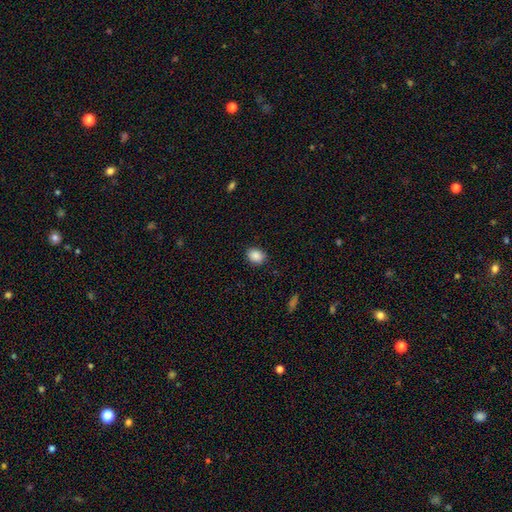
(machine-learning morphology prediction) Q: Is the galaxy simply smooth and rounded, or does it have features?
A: smooth — 89%.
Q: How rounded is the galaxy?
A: in between — 57%.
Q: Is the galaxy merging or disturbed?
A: none — 88%.